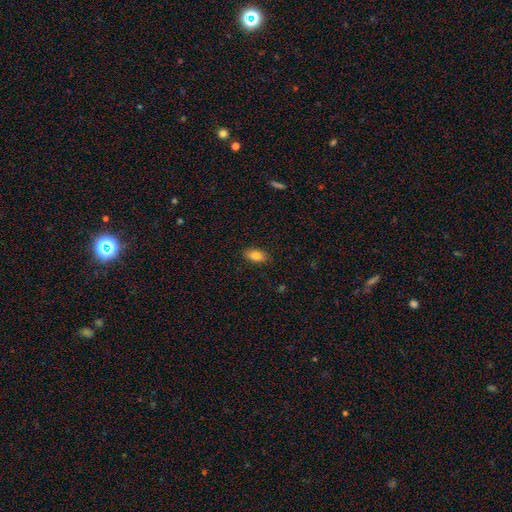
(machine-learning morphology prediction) A smooth galaxy with no disk features (82%) that is in between round and cigar-shaped (89%). Merging: none (86%).